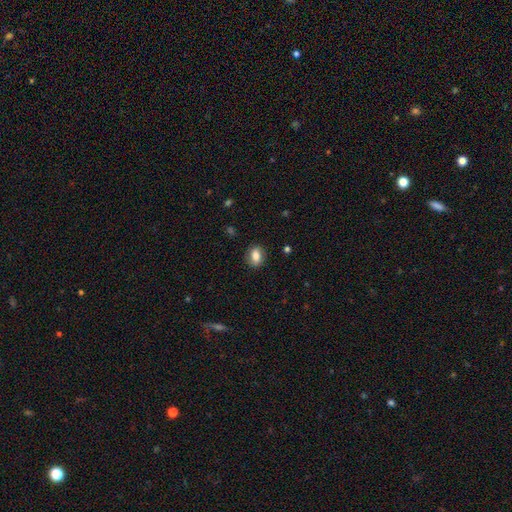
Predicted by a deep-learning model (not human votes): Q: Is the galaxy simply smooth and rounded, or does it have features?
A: smooth — 77%.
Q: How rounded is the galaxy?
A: in between — 68%.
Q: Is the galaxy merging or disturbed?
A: none — 83%.